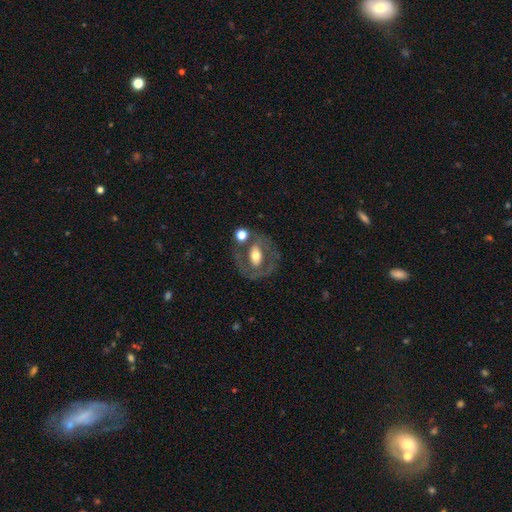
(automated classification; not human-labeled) This appears to be a featured or disk galaxy (56%) with no bar (52%), no spiral arms (70%) and a moderate central bulge (61%). Merging: none (59%).